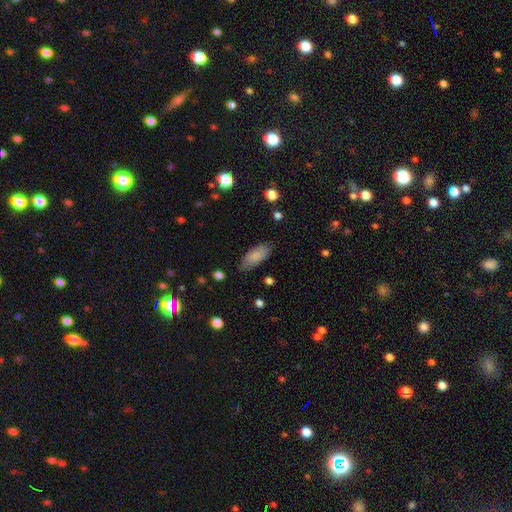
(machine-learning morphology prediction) Q: Smooth or featured?
A: smooth (84%); runner-up: featured or disk (9%)
Q: How rounded?
A: in between (84%); runner-up: cigar-shaped (15%)
Q: Merging?
A: none (77%); runner-up: minor disturbance (18%)